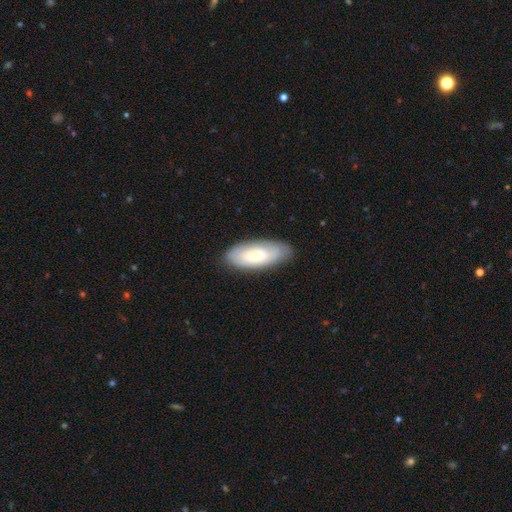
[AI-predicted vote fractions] Morphology: type=smooth (62%); roundness=in between (83%); merging=none (81%).